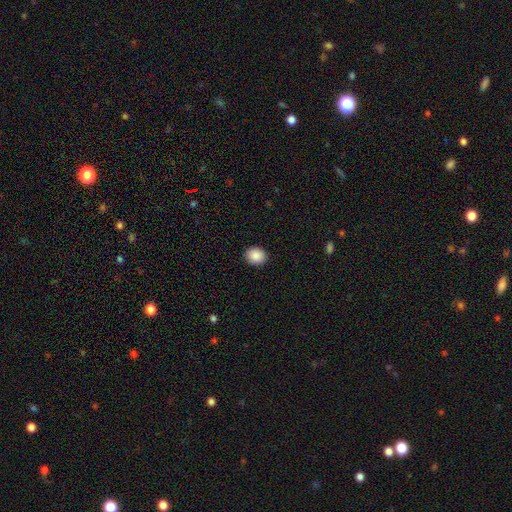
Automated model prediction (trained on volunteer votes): Smooth or featured?
  - smooth: 88% *
  - star or artifact: 8%
  - featured or disk: 4%
How rounded?
  - round: 69% *
  - in between: 30%
  - cigar-shaped: 1%
Merging?
  - none: 91% *
  - minor disturbance: 6%
  - major disturbance: 2%
  - merger: 1%